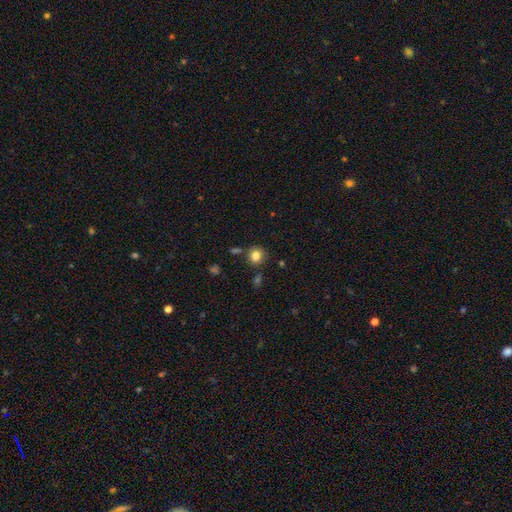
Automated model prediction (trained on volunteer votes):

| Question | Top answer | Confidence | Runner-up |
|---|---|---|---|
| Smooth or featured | smooth | 82% | star or artifact (11%) |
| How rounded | round | 84% | in between (15%) |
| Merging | none | 80% | minor disturbance (11%) |